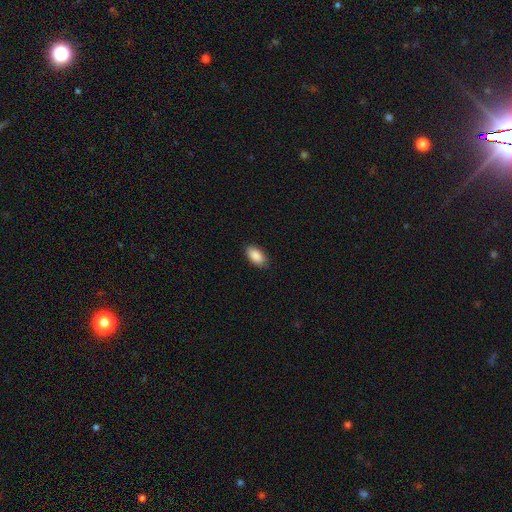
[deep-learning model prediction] Morphology: type=smooth (90%); roundness=in between (94%); merging=none (87%).